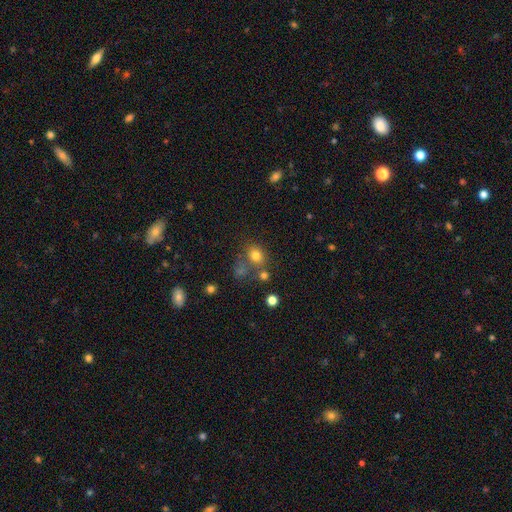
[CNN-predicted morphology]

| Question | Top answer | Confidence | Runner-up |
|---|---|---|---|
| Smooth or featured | smooth | 75% | star or artifact (16%) |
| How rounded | round | 66% | in between (33%) |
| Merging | none | 65% | merger (16%) |